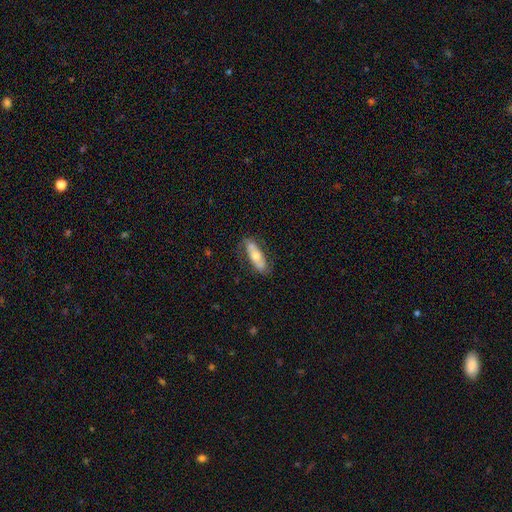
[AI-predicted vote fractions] This is possibly a smooth galaxy (49%). Merging: likely none (75%).